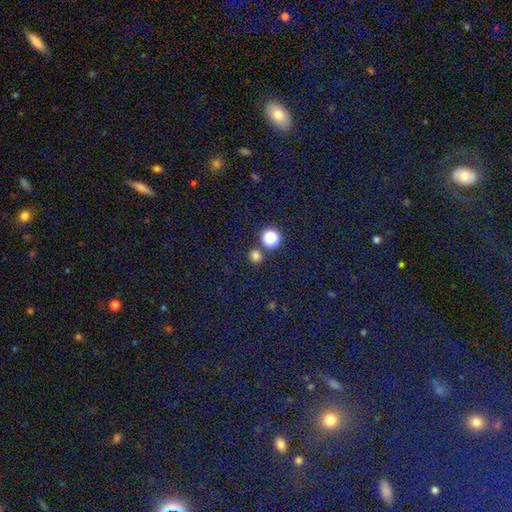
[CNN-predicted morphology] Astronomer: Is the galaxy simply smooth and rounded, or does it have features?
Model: smooth — 73%.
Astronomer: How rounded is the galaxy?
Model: round — 92%.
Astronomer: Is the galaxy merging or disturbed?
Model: none — 83%.